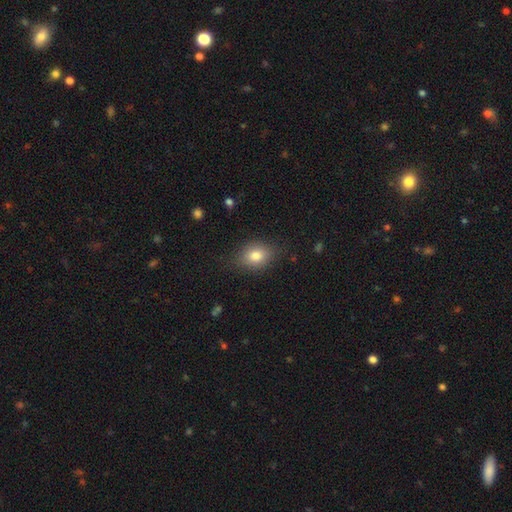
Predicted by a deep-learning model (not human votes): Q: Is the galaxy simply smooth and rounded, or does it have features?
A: smooth — 81%.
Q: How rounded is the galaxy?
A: in between — 67%.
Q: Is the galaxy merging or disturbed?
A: none — 79%.